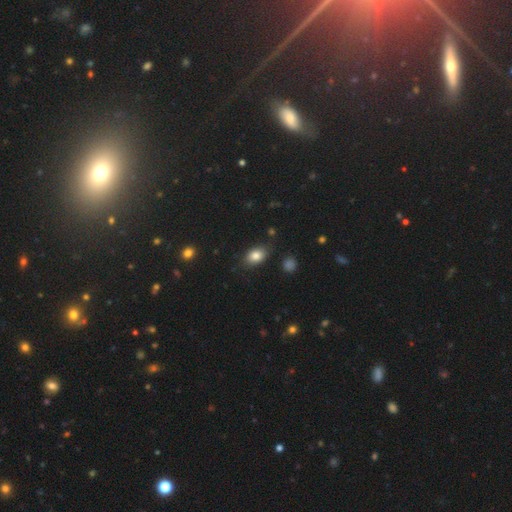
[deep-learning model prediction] A smooth galaxy with no disk features (83%) that is in between round and cigar-shaped (81%).

Vote fractions:
- Smooth or featured? smooth: 83% / star or artifact: 9% / featured or disk: 8%
- How rounded? in between: 81% / round: 17% / cigar-shaped: 2%
- Merging? none: 81% / minor disturbance: 14% / major disturbance: 3% / merger: 2%